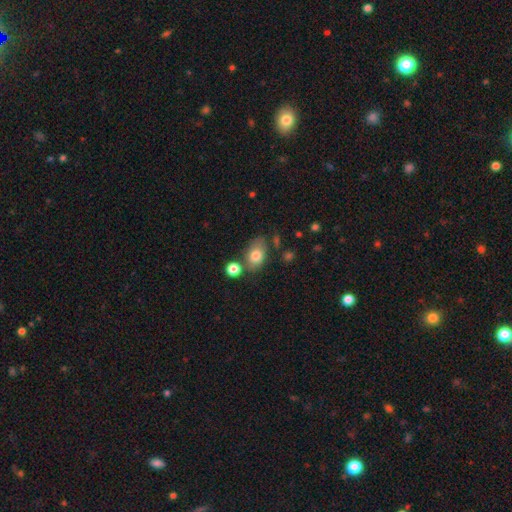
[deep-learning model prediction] Smooth or featured? Predicted: smooth (p=0.78). How rounded? Predicted: in between (p=0.83). Merging? Predicted: none (p=0.63).